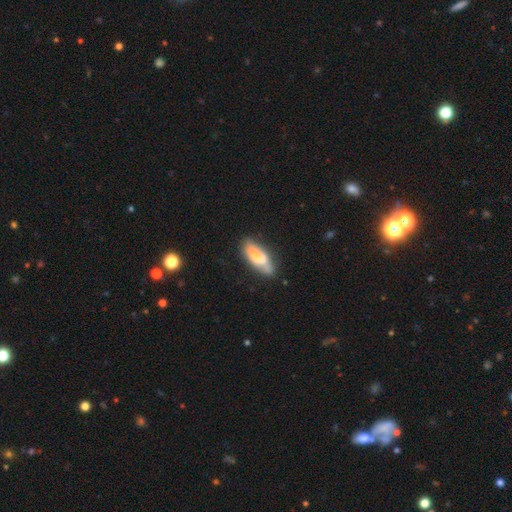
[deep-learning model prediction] This is possibly a smooth galaxy (60%). How rounded: likely in between (70%). Merging: possibly none (56%).